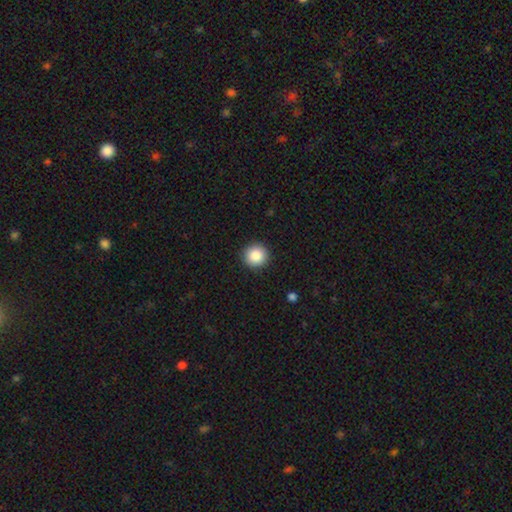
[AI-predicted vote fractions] Morphology: type=smooth (88%); roundness=round (95%); merging=none (92%).